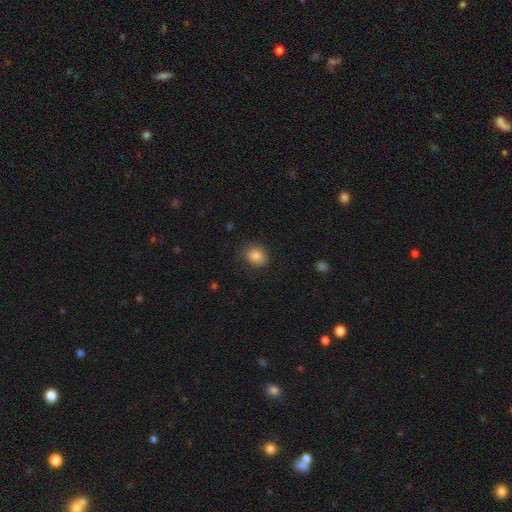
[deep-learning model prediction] Smooth or featured? smooth (85%)
How rounded? round (54%)
Merging? none (78%)